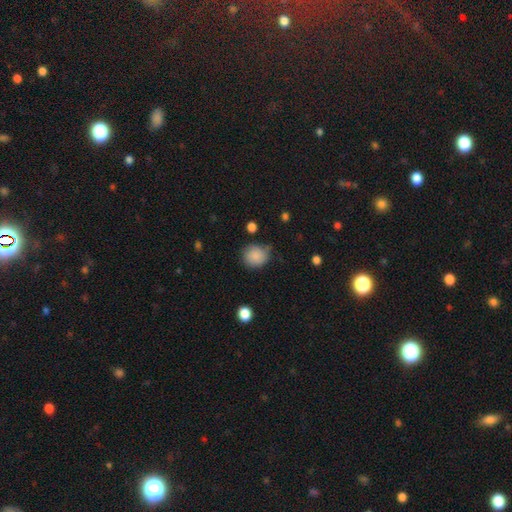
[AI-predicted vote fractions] smooth_or_featured: smooth (p=0.86) [alt: star or artifact p=0.08]
how_rounded: round (p=0.79) [alt: in between p=0.20]
merging: none (p=0.65) [alt: minor disturbance p=0.26]